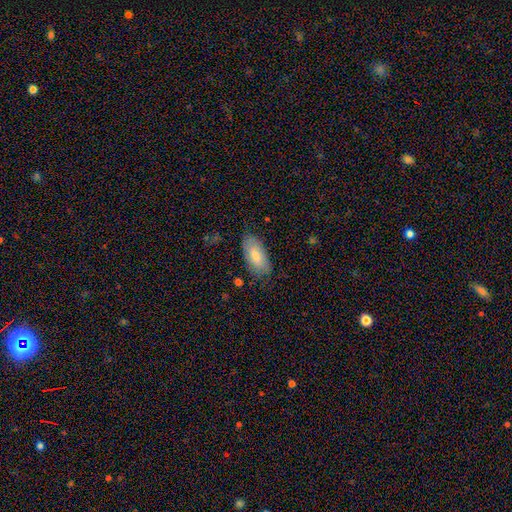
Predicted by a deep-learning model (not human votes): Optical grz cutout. It shows a smooth galaxy with no disk features (74%) that is in between round and cigar-shaped (90%). Merging: none (79%).